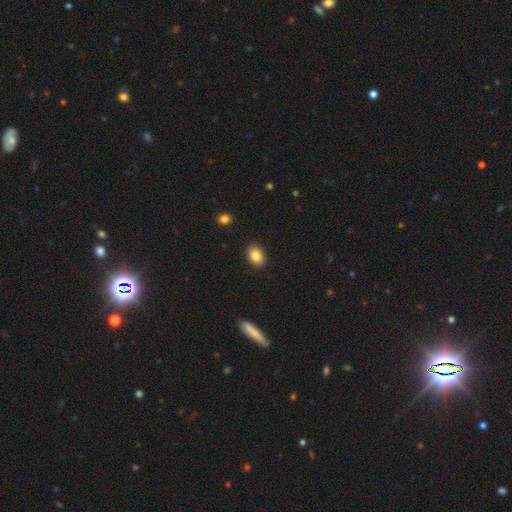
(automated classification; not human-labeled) Morphology: type=smooth (85%); roundness=in between (72%); merging=none (90%).